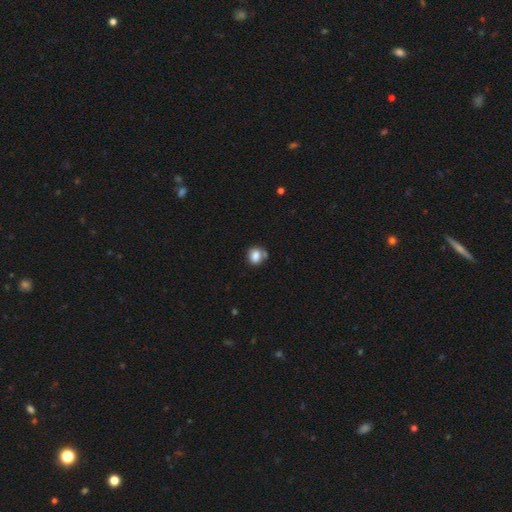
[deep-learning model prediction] smooth-or-featured: smooth: 83% | star or artifact: 10% | featured or disk: 7%
  how-rounded: round: 71% | in between: 28% | cigar-shaped: 1%
  merging: none: 60% | minor disturbance: 18% | merger: 17% | major disturbance: 5%